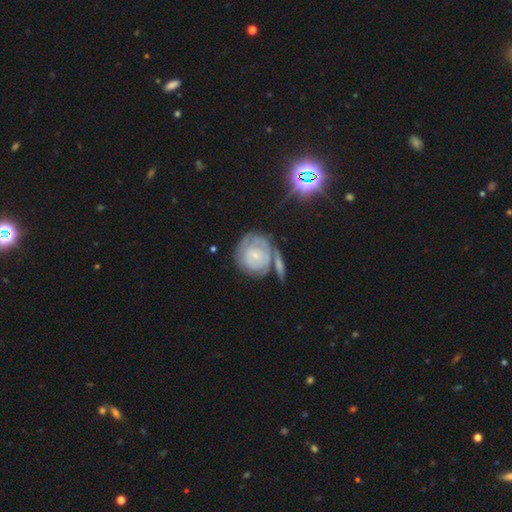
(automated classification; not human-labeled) featured or disk 61%, smooth 31%, star or artifact 8%. Down the decision tree: edge-on disk — no (96%); bar — no (76%); spiral arms — yes (76%); bulge size — small (76%); merging — none (50%).